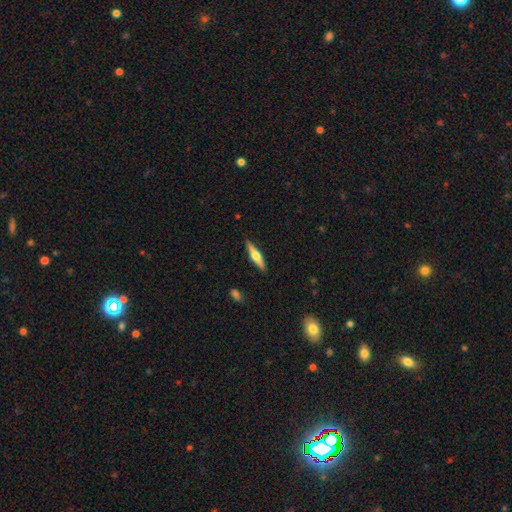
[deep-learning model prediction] featured or disk 59%, smooth 36%, star or artifact 5%. Down the decision tree: edge-on disk — yes (96%); edge-on bulge — rounded (93%); merging — none (90%).